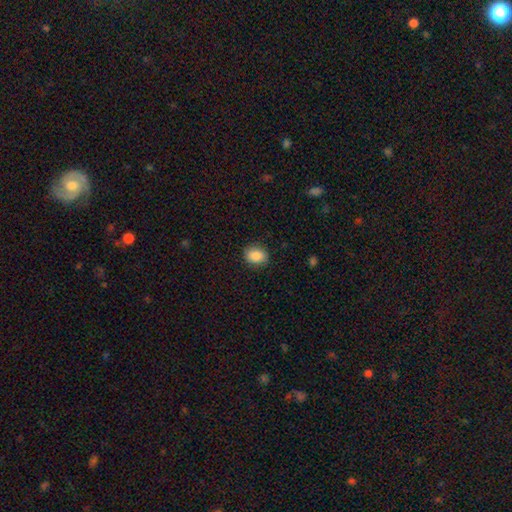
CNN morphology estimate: smooth_or_featured: smooth (p=0.87) [alt: star or artifact p=0.08]
how_rounded: in between (p=0.51) [alt: round p=0.48]
merging: none (p=0.86) [alt: minor disturbance p=0.10]